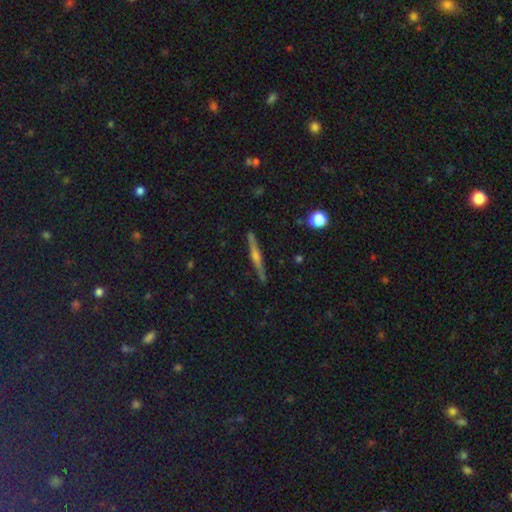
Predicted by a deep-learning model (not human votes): smooth-or-featured: featured or disk: 68% | smooth: 24% | star or artifact: 8%
  disk-edge-on: yes: 98% | no: 2%
    edge-on-bulge: rounded: 76% | none: 14% | boxy: 9%
  merging: none: 89% | minor disturbance: 8% | major disturbance: 1% | merger: 1%